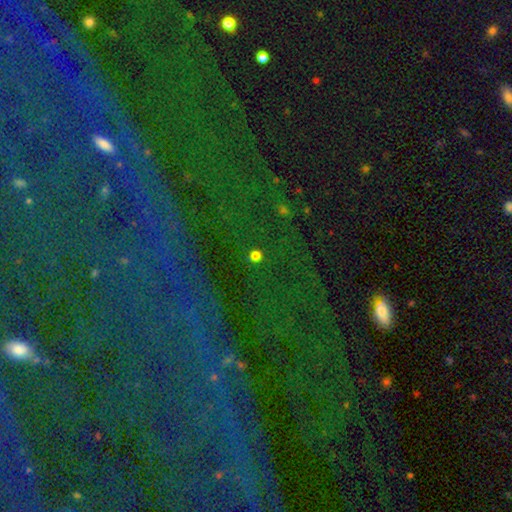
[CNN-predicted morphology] The model was most divided on "smooth or featured": star or artifact: 68%, smooth: 20%, featured or disk: 12%.